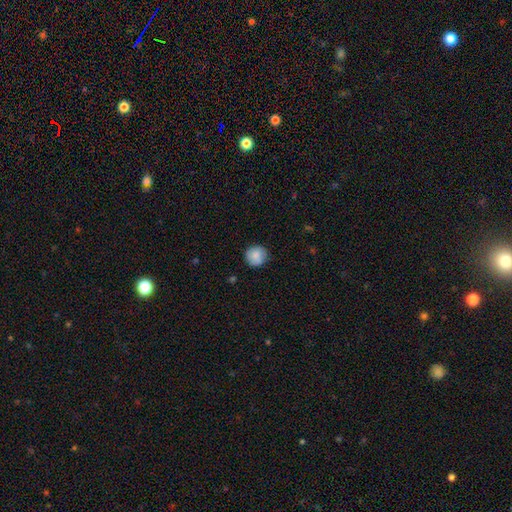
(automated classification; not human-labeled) This appears to be a smooth galaxy with no disk features (83%) that is round (92%). Merging: none (82%).